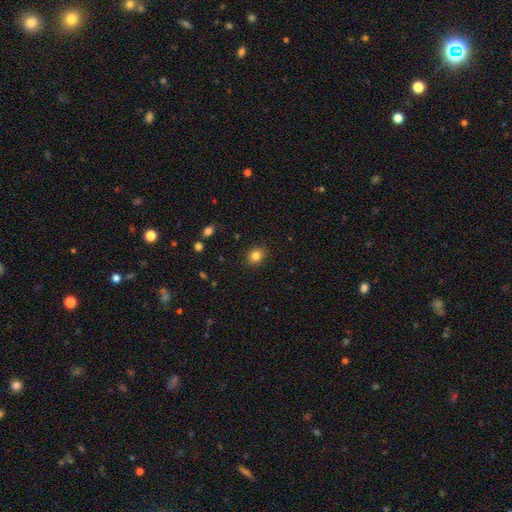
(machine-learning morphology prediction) This is clearly a smooth galaxy (83%). How rounded: likely round (62%). Merging: clearly none (89%).